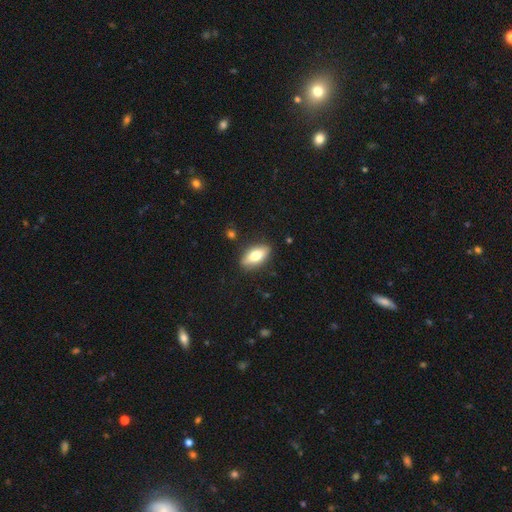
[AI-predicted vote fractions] smooth-or-featured: smooth: 66% | featured or disk: 27% | star or artifact: 7%
  how-rounded: in between: 81% | cigar-shaped: 15% | round: 4%
  merging: none: 85% | minor disturbance: 11% | major disturbance: 3% | merger: 2%